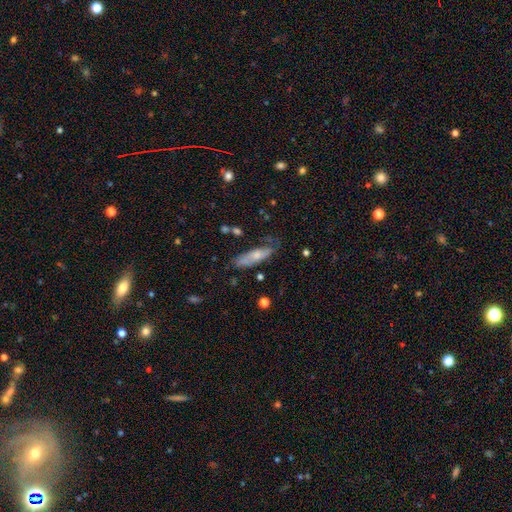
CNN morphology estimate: The model was most divided on "how rounded": cigar-shaped: 56%, in between: 42%, round: 2%. More confident: merging — none (58%); smooth or featured — smooth (54%).